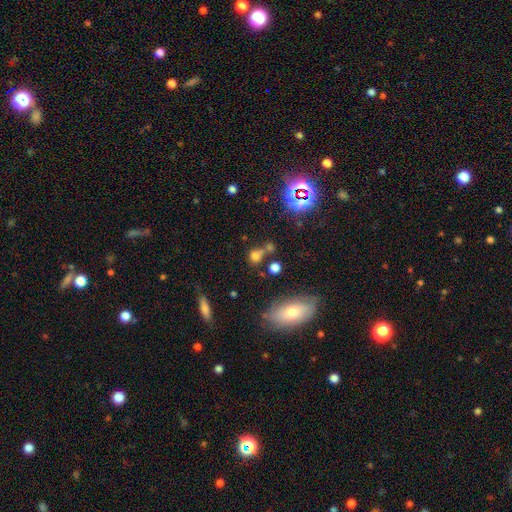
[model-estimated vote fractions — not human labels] Smooth or featured: smooth — 67% (star or artifact — 23%)
How rounded: round — 70% (in between — 27%)
Merging: none — 50% (merger — 30%)